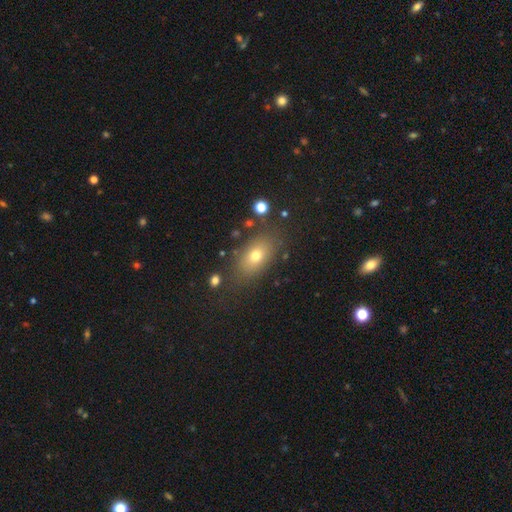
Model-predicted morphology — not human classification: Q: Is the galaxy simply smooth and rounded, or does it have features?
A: smooth — 71%.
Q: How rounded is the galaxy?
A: in between — 81%.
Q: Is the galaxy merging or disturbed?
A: none — 78%.